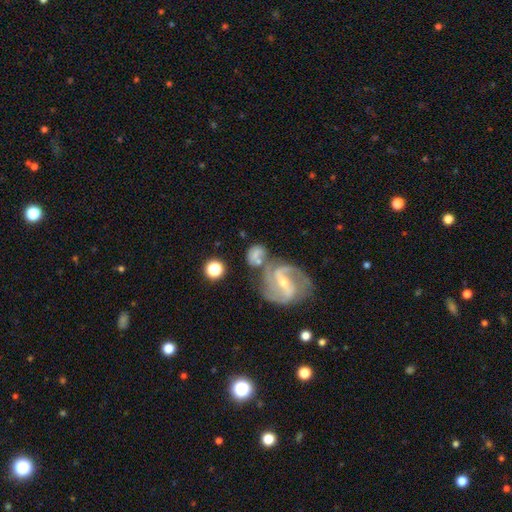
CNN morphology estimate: The model was most divided on "merging": merger: 42%, none: 36%, minor disturbance: 14%, major disturbance: 9%. Remaining: edge-on disk — no (97%); spiral arms — yes (90%); smooth or featured — featured or disk (67%); spiral arm count — 2 (64%); bulge size — small (59%); spiral winding — medium (52%); bar — weak (43%).